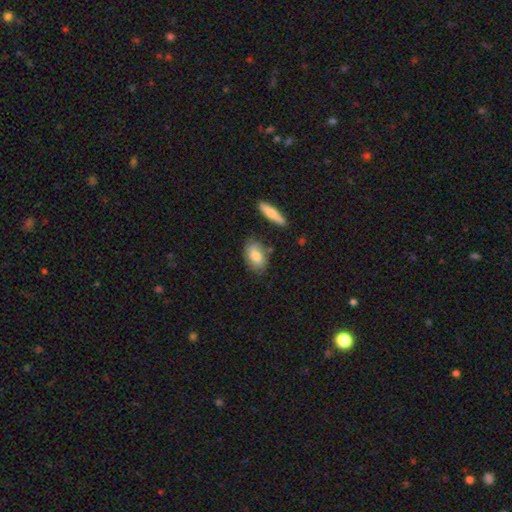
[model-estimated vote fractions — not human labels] smooth 74%, featured or disk 19%, star or artifact 7%. Down the decision tree: how rounded — in between (87%); merging — none (73%).